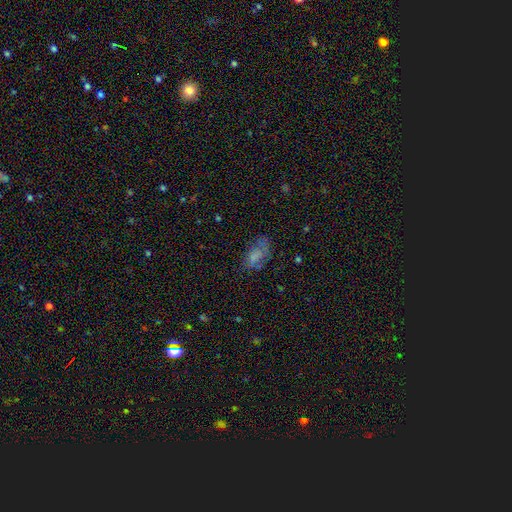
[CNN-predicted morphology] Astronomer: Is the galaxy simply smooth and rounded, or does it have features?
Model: smooth — 63%.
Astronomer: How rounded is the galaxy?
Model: in between — 89%.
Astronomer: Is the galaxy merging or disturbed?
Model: none — 50% (runner-up: minor disturbance, 27%).